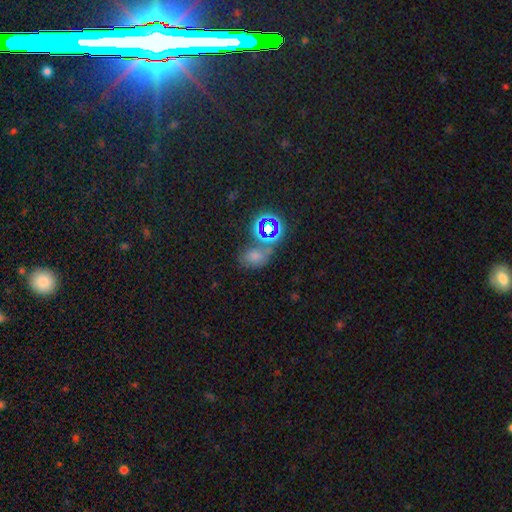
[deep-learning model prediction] smooth-or-featured: smooth: 55% | star or artifact: 33% | featured or disk: 12%
  how-rounded: in between: 67% | round: 31% | cigar-shaped: 2%
  merging: none: 54% | merger: 21% | minor disturbance: 18% | major disturbance: 8%